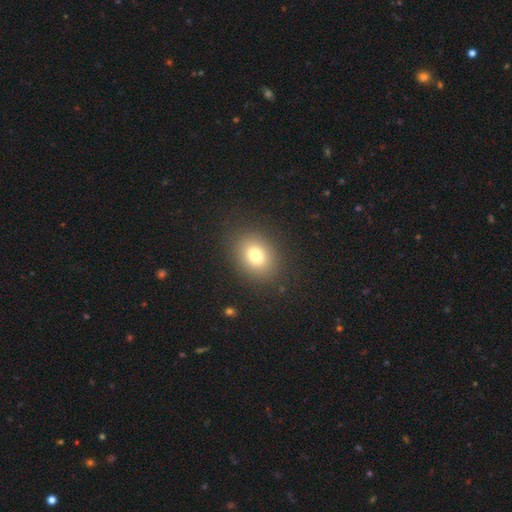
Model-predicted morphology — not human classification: Q: Smooth or featured?
A: smooth (77%); runner-up: star or artifact (12%)
Q: How rounded?
A: in between (57%); runner-up: round (42%)
Q: Merging?
A: none (86%); runner-up: minor disturbance (9%)